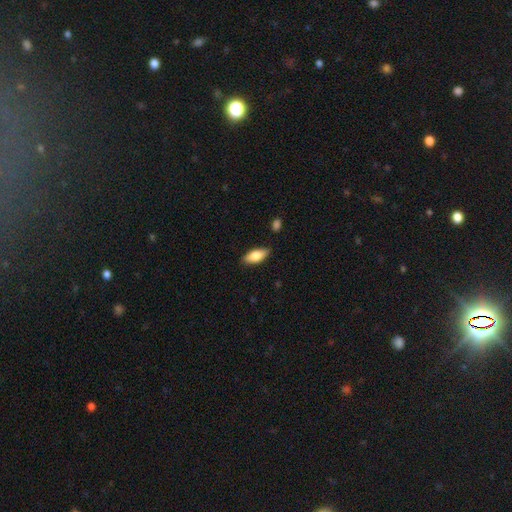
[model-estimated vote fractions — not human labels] A smooth galaxy with no disk features (79%) that is in between round and cigar-shaped (81%).

Vote fractions:
- Smooth or featured? smooth: 79% / featured or disk: 15% / star or artifact: 6%
- How rounded? in between: 81% / cigar-shaped: 16% / round: 2%
- Merging? none: 84% / minor disturbance: 12% / major disturbance: 2% / merger: 2%